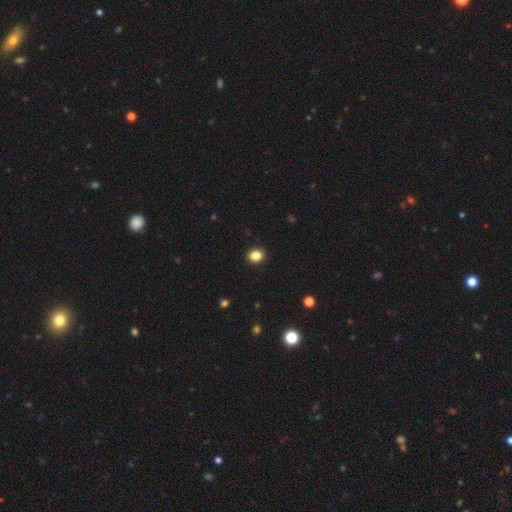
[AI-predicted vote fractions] smooth_or_featured: smooth (p=0.85) [alt: star or artifact p=0.11]
how_rounded: round (p=0.68) [alt: in between p=0.31]
merging: none (p=0.91) [alt: minor disturbance p=0.06]